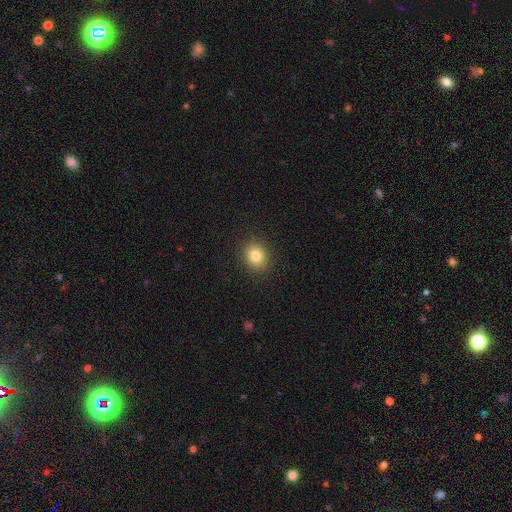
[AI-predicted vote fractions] This is clearly a smooth galaxy (82%). How rounded: likely round (64%). Merging: clearly none (90%).